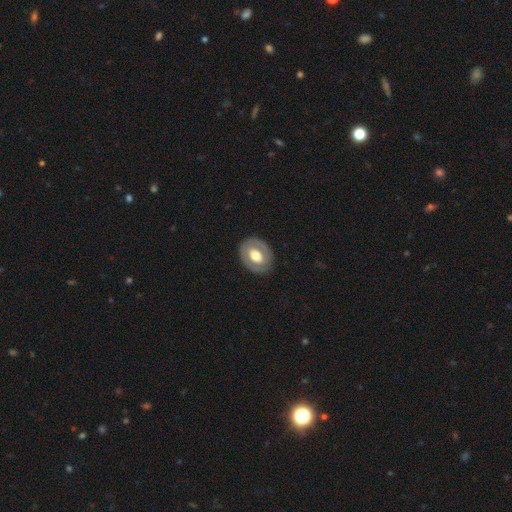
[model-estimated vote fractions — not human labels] featured or disk 51%, smooth 44%, star or artifact 5%. Down the decision tree: edge-on disk — no (94%); merging — none (84%).